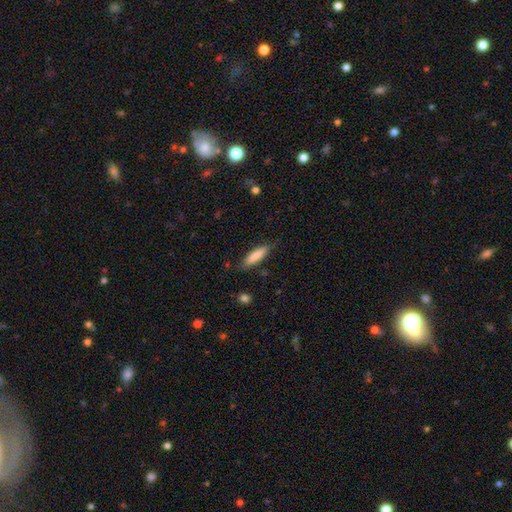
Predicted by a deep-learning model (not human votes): The model was most divided on "how rounded": cigar-shaped: 65%, in between: 34%, round: 1%. More confident: smooth or featured — smooth (81%); merging — none (79%).